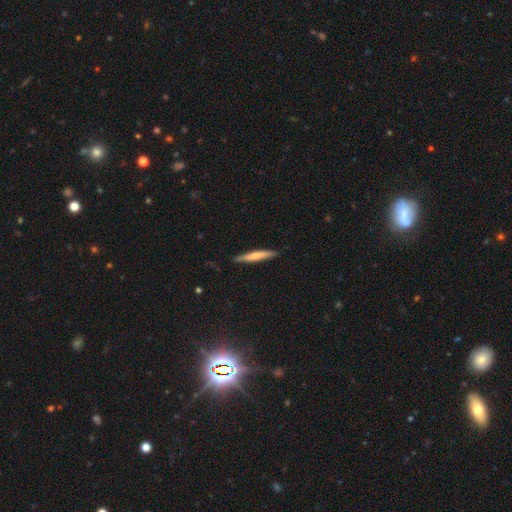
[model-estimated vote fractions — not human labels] smooth 65%, featured or disk 30%, star or artifact 6%. Down the decision tree: how rounded — cigar-shaped (94%); merging — none (86%).